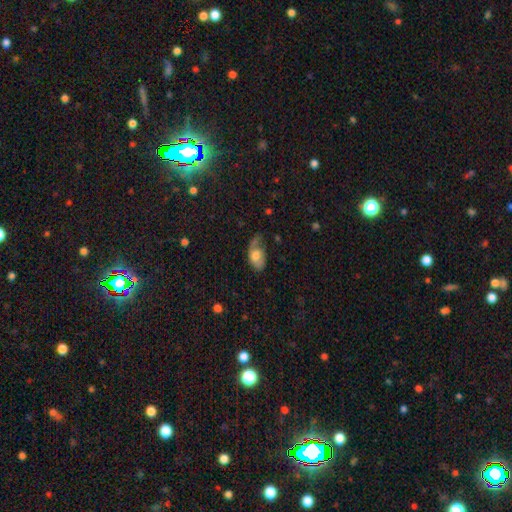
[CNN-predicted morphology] This is likely a smooth galaxy (61%). How rounded: clearly in between (90%). Merging: marginally minor disturbance (34%).